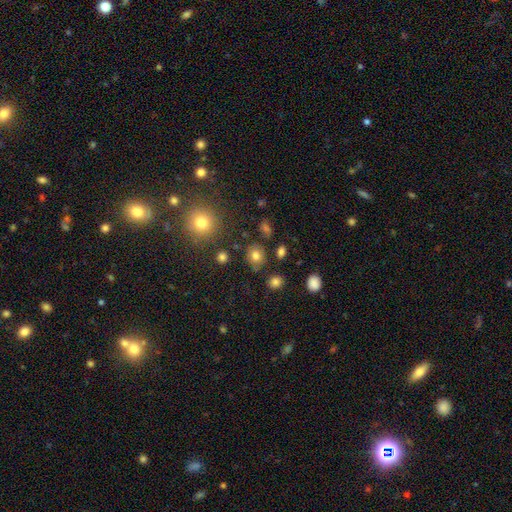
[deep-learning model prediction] Q: Smooth or featured?
A: smooth (78%); runner-up: star or artifact (13%)
Q: How rounded?
A: round (71%); runner-up: in between (28%)
Q: Merging?
A: none (80%); runner-up: minor disturbance (12%)